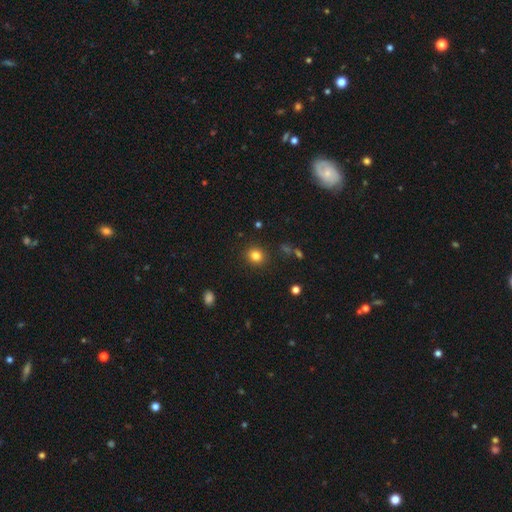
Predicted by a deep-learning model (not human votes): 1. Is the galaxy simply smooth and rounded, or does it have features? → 82% smooth, 12% star or artifact, 6% featured or disk.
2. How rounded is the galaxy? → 84% round, 16% in between, 1% cigar-shaped.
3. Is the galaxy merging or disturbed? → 90% none, 7% minor disturbance, 2% major disturbance, 1% merger.